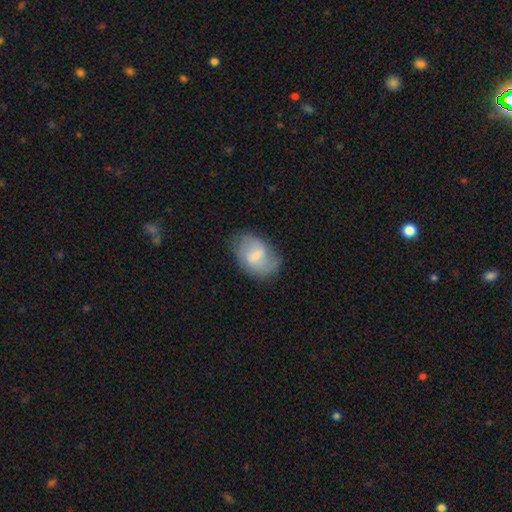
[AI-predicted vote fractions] This is possibly a smooth galaxy (49%). Merging: likely none (65%).